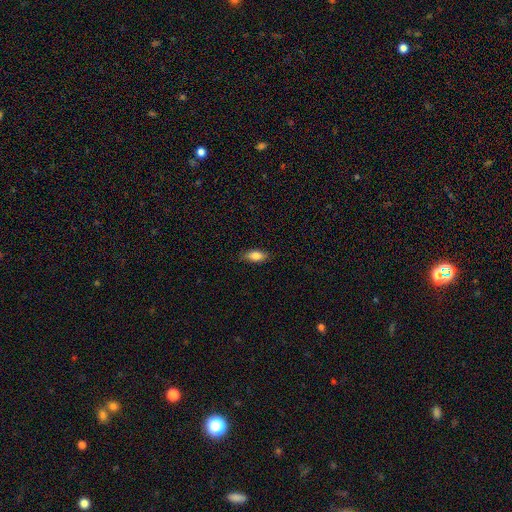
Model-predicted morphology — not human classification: The model was most divided on "smooth or featured": smooth: 81%, featured or disk: 12%, star or artifact: 7%. More confident: how rounded — in between (84%); merging — none (84%).